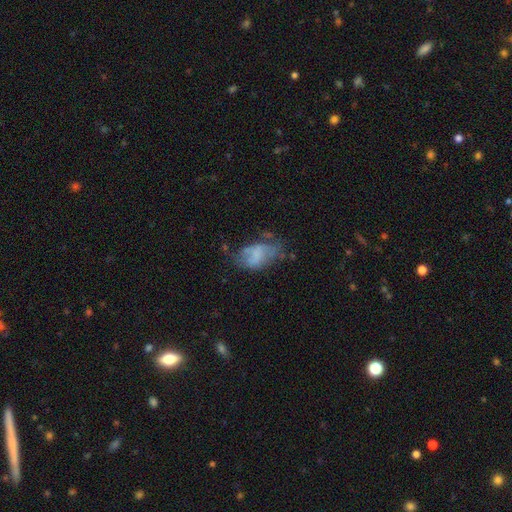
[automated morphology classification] A smooth galaxy with no disk features (55%) that is in between round and cigar-shaped (90%).

Vote fractions:
- Smooth or featured? smooth: 55% / featured or disk: 35% / star or artifact: 10%
- How rounded? in between: 90% / round: 8% / cigar-shaped: 2%
- Merging? none: 35% / minor disturbance: 31% / major disturbance: 26% / merger: 7%